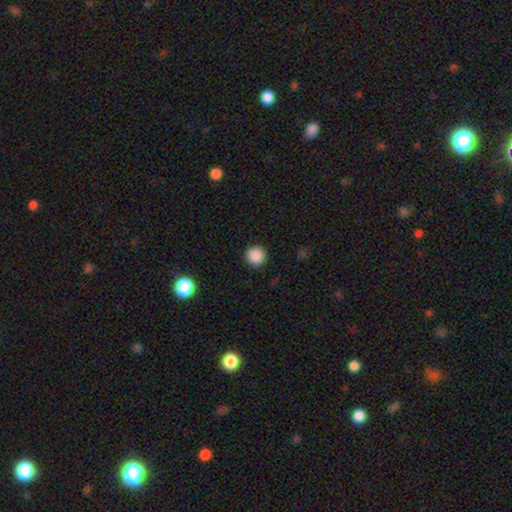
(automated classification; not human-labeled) The model was most divided on "smooth or featured": smooth: 88%, star or artifact: 9%, featured or disk: 3%. More confident: how rounded — round (96%); merging — none (92%).